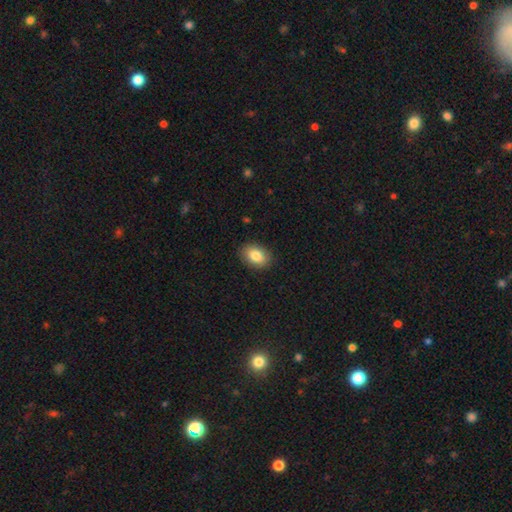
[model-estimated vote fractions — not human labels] A smooth galaxy with no disk features (84%) that is in between round and cigar-shaped (83%).

Vote fractions:
- Smooth or featured? smooth: 84% / featured or disk: 8% / star or artifact: 8%
- How rounded? in between: 83% / round: 16% / cigar-shaped: 1%
- Merging? none: 89% / minor disturbance: 8% / major disturbance: 2% / merger: 1%